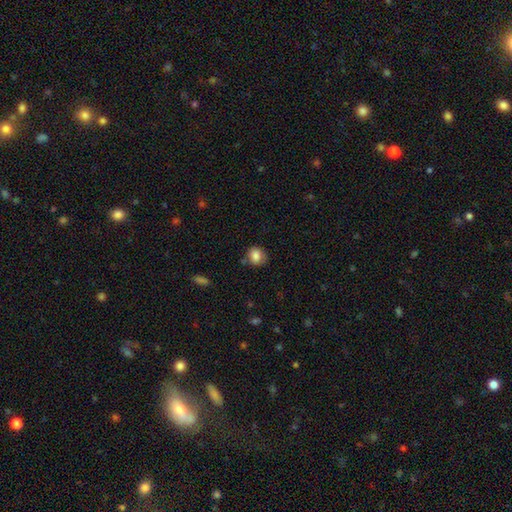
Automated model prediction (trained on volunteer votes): The model was most divided on "how rounded": round: 68%, in between: 31%, cigar-shaped: 1%. More confident: smooth or featured — smooth (83%); merging — none (73%).